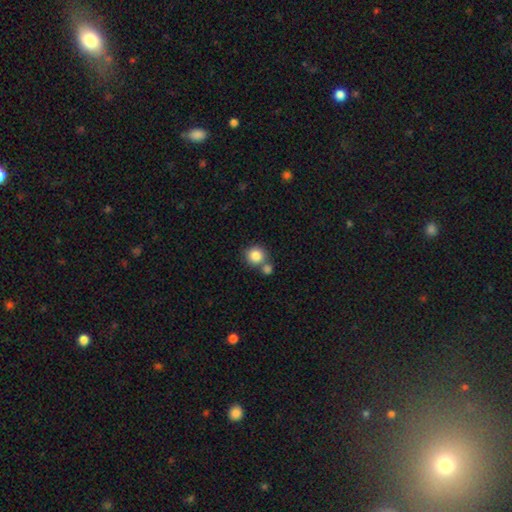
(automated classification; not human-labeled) smooth_or_featured: smooth (p=0.84) [alt: star or artifact p=0.09]
how_rounded: round (p=0.90) [alt: in between p=0.09]
merging: none (p=0.61) [alt: merger p=0.28]